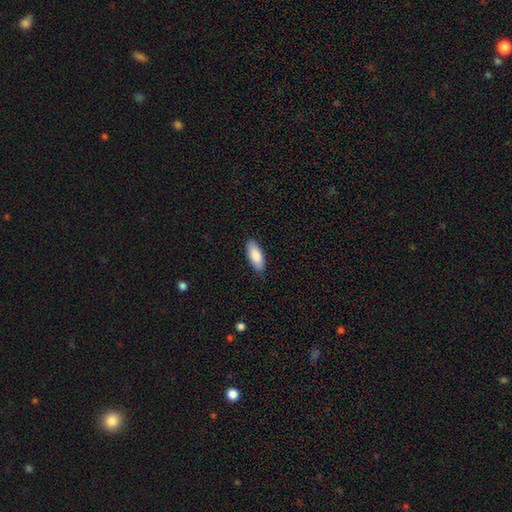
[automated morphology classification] Smooth or featured?
  - smooth: 86% *
  - featured or disk: 9%
  - star or artifact: 5%
How rounded?
  - in between: 78% *
  - cigar-shaped: 21%
  - round: 2%
Merging?
  - none: 86% *
  - minor disturbance: 11%
  - major disturbance: 2%
  - merger: 1%